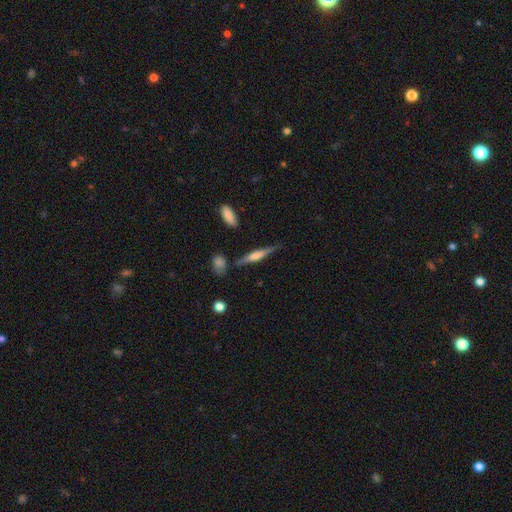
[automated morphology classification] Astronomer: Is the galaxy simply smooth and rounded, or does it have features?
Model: featured or disk — 57% (runner-up: smooth, 36%).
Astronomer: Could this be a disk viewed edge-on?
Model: yes — 96%.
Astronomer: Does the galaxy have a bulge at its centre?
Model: rounded — 59%.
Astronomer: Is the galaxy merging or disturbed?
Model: none — 78%.